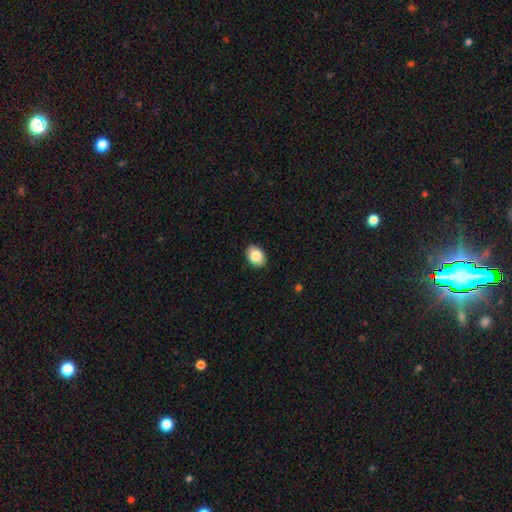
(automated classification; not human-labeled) The model was most divided on "how rounded": in between: 80%, round: 19%, cigar-shaped: 1%. More confident: merging — none (90%); smooth or featured — smooth (86%).